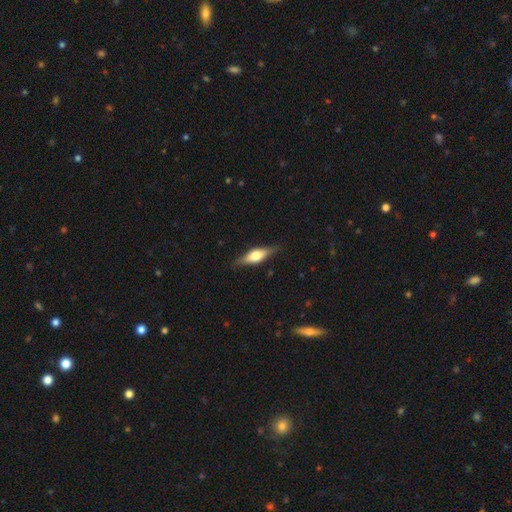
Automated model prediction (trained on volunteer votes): This is possibly a featured or disk galaxy (50%). Merging: clearly none (84%).